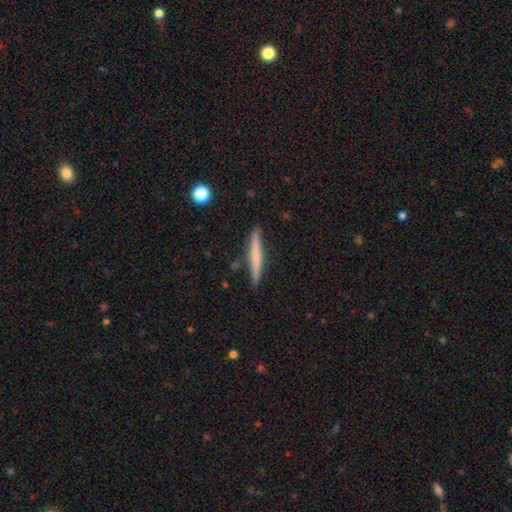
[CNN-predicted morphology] type=smooth (52%); roundness=cigar-shaped (95%); merging=none (88%).